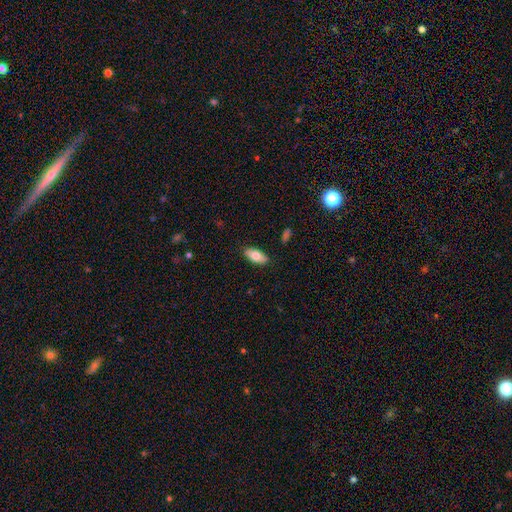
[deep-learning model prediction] smooth 77%, featured or disk 17%, star or artifact 6%. Down the decision tree: how rounded — in between (88%); merging — none (88%).